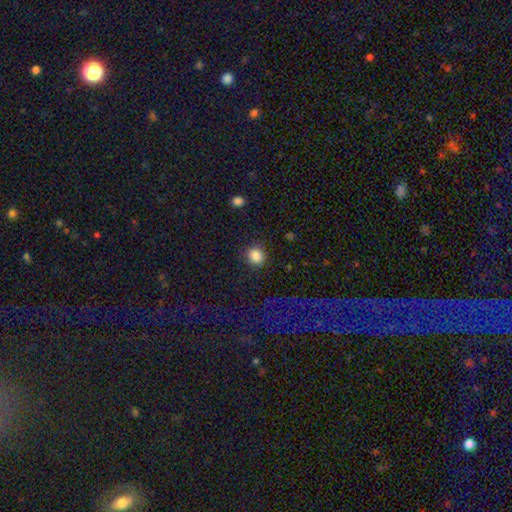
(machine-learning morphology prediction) Smooth or featured: smooth — 86% (star or artifact — 10%)
How rounded: round — 82% (in between — 17%)
Merging: none — 86% (minor disturbance — 9%)